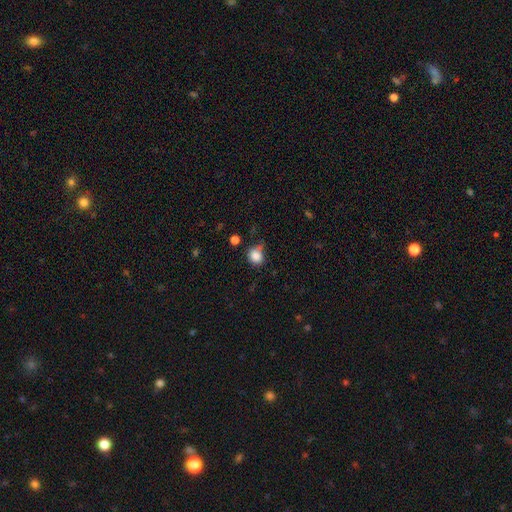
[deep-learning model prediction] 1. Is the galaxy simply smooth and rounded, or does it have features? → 84% smooth, 11% star or artifact, 6% featured or disk.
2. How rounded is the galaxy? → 69% round, 30% in between, 1% cigar-shaped.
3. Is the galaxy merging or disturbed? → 54% none, 30% minor disturbance, 9% major disturbance, 6% merger.